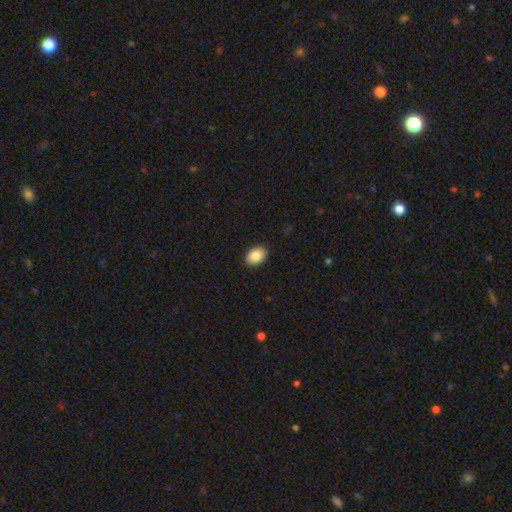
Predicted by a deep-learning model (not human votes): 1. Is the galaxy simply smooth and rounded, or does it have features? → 86% smooth, 7% star or artifact, 6% featured or disk.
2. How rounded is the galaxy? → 78% in between, 21% round, 1% cigar-shaped.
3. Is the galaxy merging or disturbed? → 91% none, 7% minor disturbance, 2% major disturbance, 1% merger.